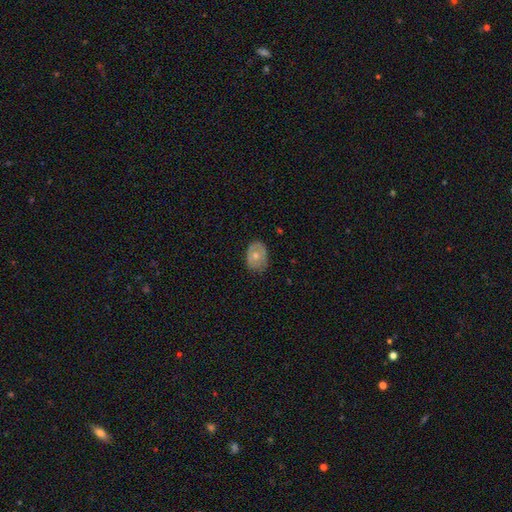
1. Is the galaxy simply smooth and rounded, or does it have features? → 48% smooth, 42% featured or disk, 10% star or artifact.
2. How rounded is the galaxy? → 89% in between, 11% round, 0% cigar-shaped.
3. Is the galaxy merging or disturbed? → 78% none, 22% minor disturbance, 0% major disturbance, 0% merger.